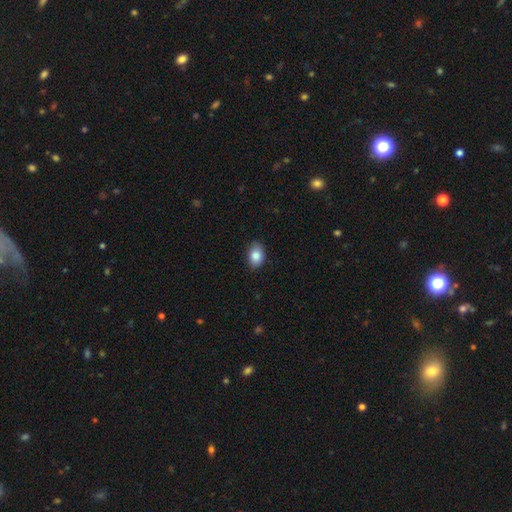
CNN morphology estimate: The model was most divided on "how rounded": in between: 79%, round: 20%, cigar-shaped: 1%. More confident: smooth or featured — smooth (86%); merging — none (82%).